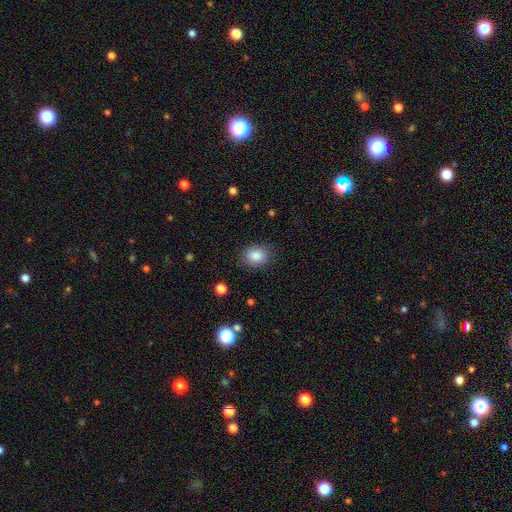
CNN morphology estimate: Overall: smooth (86%). How rounded: in between (55%; round 44%). Merging: none (85%).